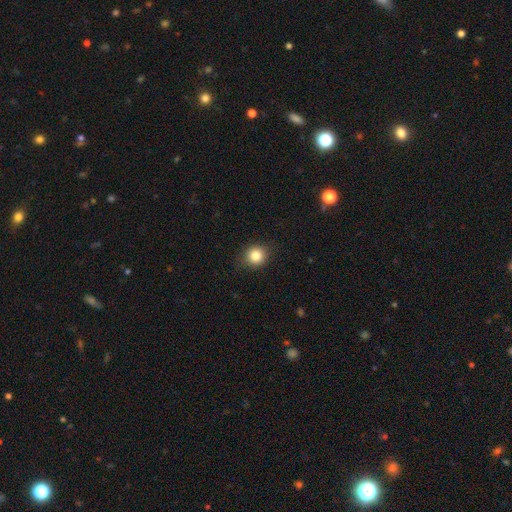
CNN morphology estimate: Overall: smooth (84%). How rounded: round (83%). Merging: none (87%).